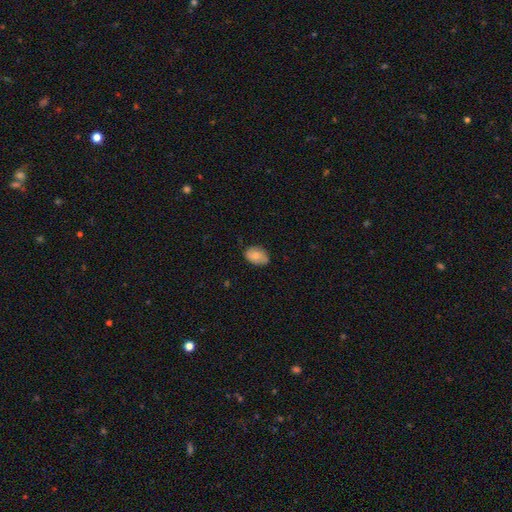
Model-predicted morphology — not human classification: The model was most divided on "merging": none: 78%, minor disturbance: 19%, major disturbance: 3%, merger: 1%. More confident: how rounded — in between (85%); smooth or featured — smooth (77%).